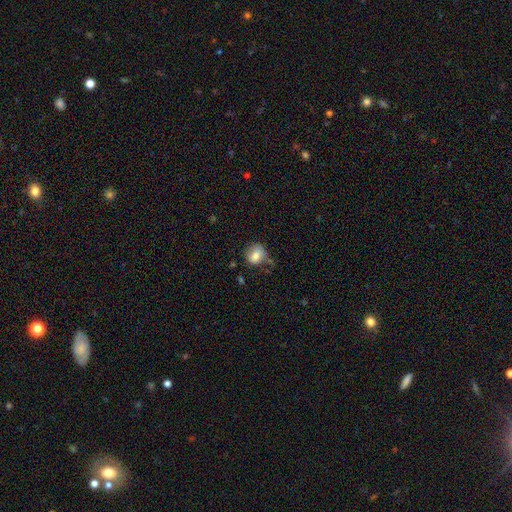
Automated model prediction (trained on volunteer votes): Overall: smooth (78%). How rounded: round (63%; in between 36%). Merging: none (65%).